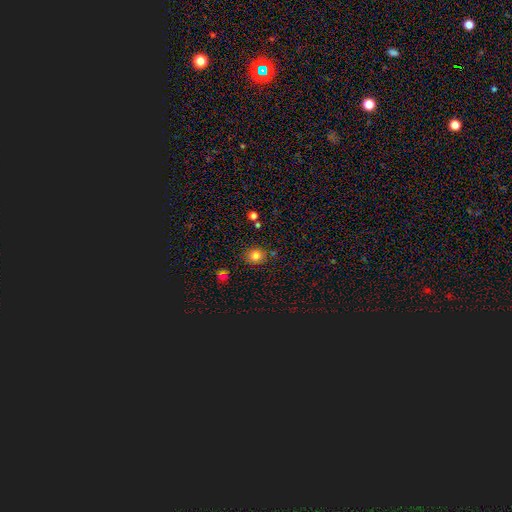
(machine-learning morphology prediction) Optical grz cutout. It shows a smooth galaxy with no disk features (80%) that is round (86%). Merging: none (84%).